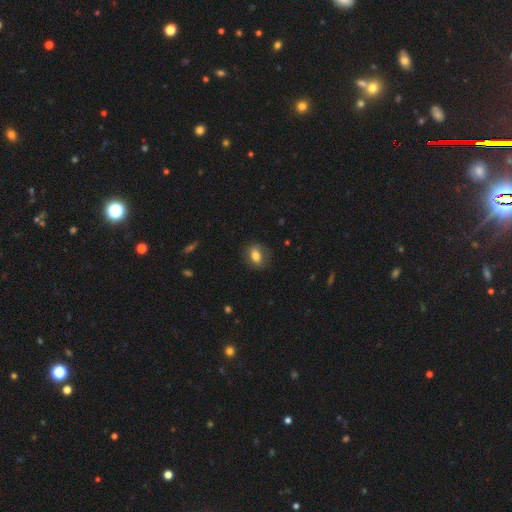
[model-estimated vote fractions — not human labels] smooth-or-featured: smooth: 75% | featured or disk: 17% | star or artifact: 9%
  how-rounded: in between: 70% | round: 28% | cigar-shaped: 2%
  merging: none: 81% | minor disturbance: 13% | major disturbance: 5% | merger: 1%